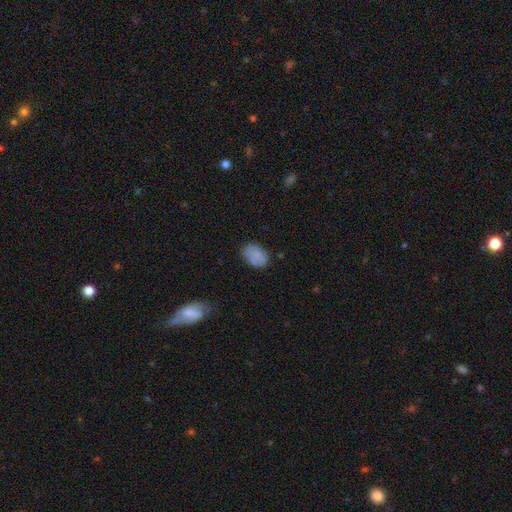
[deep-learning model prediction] Q: Smooth or featured?
A: smooth (79%); runner-up: featured or disk (12%)
Q: How rounded?
A: in between (84%); runner-up: round (15%)
Q: Merging?
A: none (69%); runner-up: minor disturbance (23%)